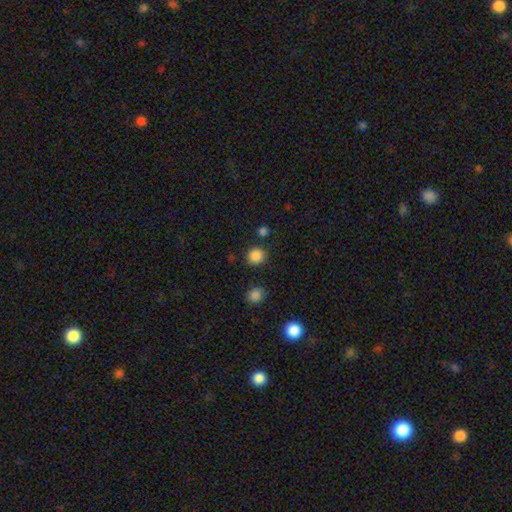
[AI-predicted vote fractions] smooth 86%, star or artifact 11%, featured or disk 3%. Down the decision tree: how rounded — round (92%); merging — none (85%).